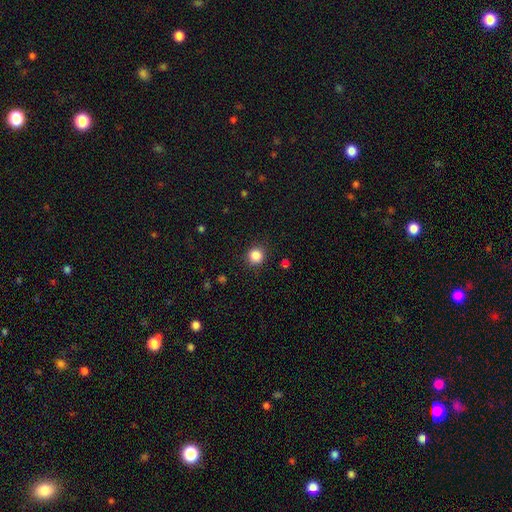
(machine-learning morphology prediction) type=smooth (85%); roundness=round (91%); merging=none (89%).